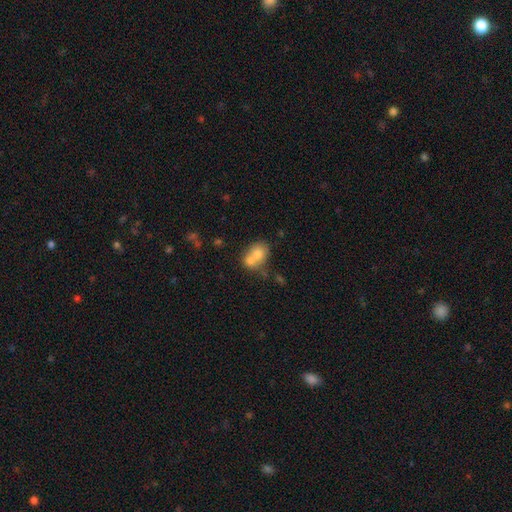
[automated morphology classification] This is likely a smooth galaxy (71%). How rounded: possibly round (53%). Merging: likely merger (62%).